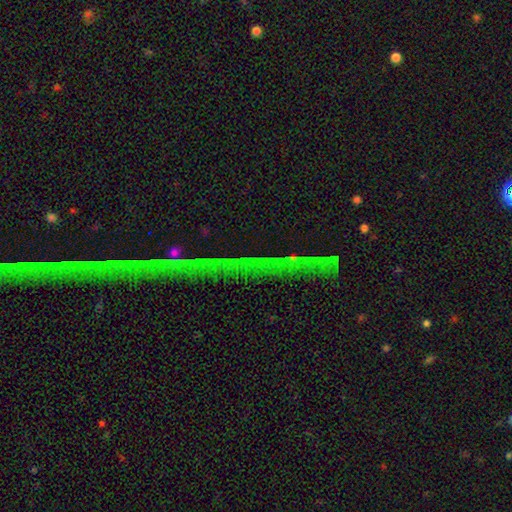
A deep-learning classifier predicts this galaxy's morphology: A star or artifact, not a galaxy (73%).

Vote fractions:
- Smooth or featured? star or artifact: 73% / featured or disk: 15% / smooth: 12%